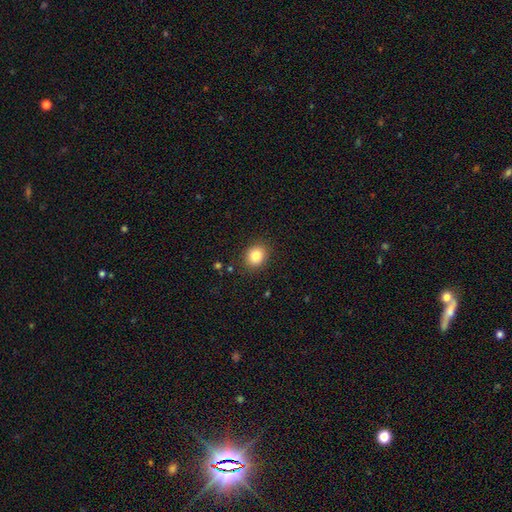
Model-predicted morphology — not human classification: Smooth or featured? smooth (83%)
How rounded? round (60%)
Merging? none (88%)